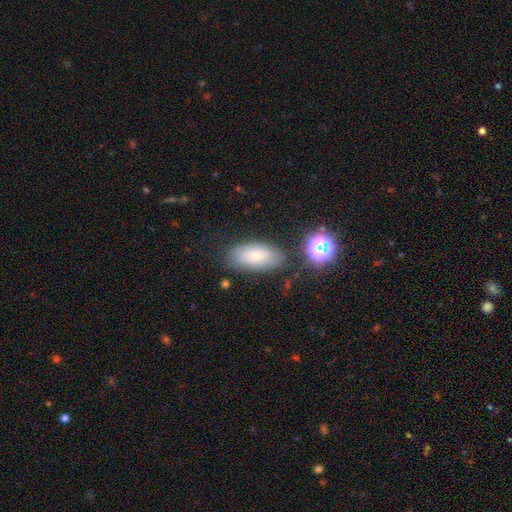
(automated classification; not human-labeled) Q: Smooth or featured?
A: smooth (59%); runner-up: featured or disk (30%)
Q: How rounded?
A: in between (90%); runner-up: cigar-shaped (6%)
Q: Merging?
A: none (73%); runner-up: minor disturbance (17%)